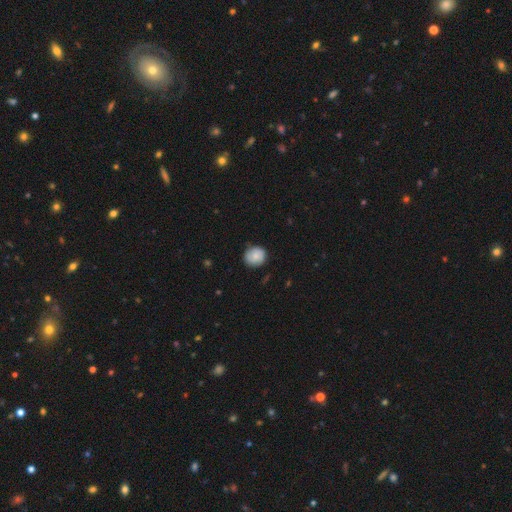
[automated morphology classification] This appears to be a smooth galaxy with no disk features (70%) that is round (83%). Merging: none (80%).